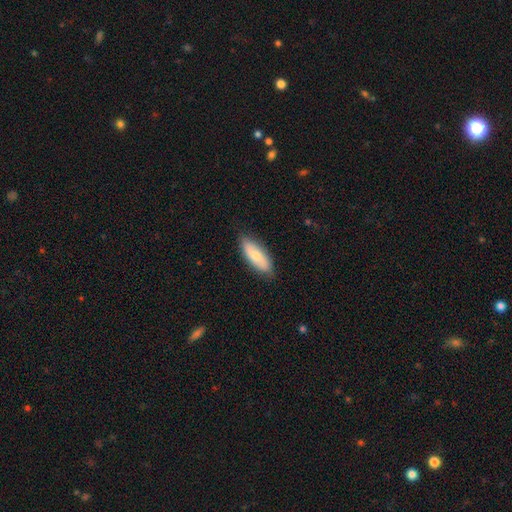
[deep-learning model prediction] Q: Smooth or featured?
A: smooth (69%); runner-up: featured or disk (26%)
Q: How rounded?
A: in between (76%); runner-up: cigar-shaped (22%)
Q: Merging?
A: none (83%); runner-up: minor disturbance (14%)